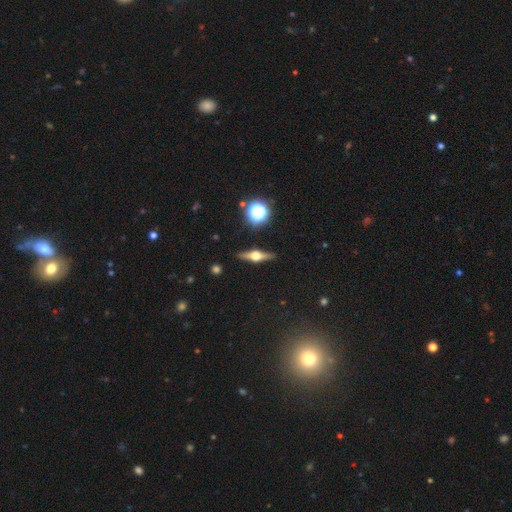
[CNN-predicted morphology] Smooth or featured? Predicted: featured or disk (p=0.73). Edge-on disk? Predicted: yes (p=0.96). Edge-on bulge? Predicted: rounded (p=0.94). Merging? Predicted: none (p=0.89).